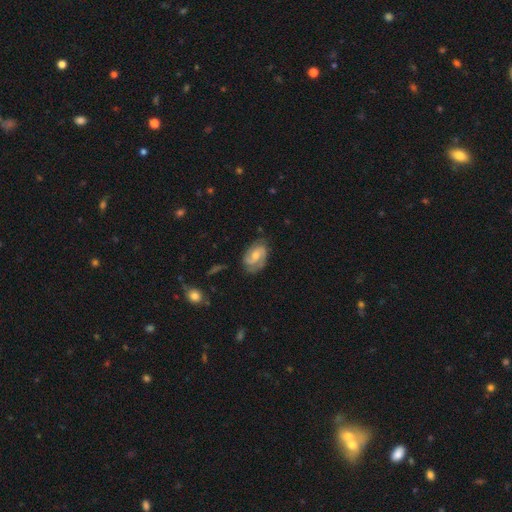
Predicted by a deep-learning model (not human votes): featured or disk 78%, smooth 16%, star or artifact 6%. Down the decision tree: edge-on disk — no (97%); bar — no (50%); spiral arms — yes (95%); spiral arm count — 2 (78%); spiral winding — medium (45%); bulge size — moderate (50%); merging — none (73%).